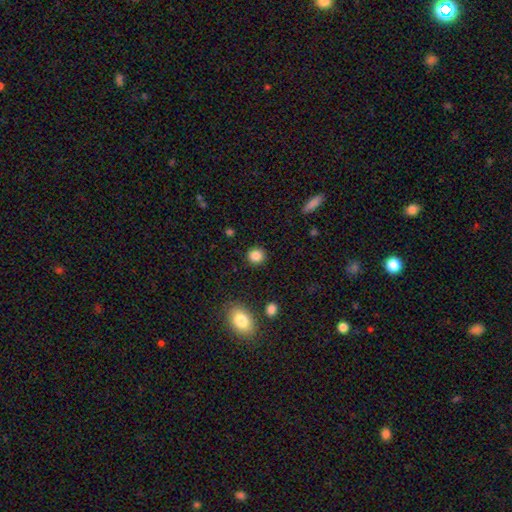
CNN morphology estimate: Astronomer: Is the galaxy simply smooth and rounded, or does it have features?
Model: smooth — 86%.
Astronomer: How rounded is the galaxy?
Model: round — 88%.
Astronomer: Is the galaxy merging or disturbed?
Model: none — 90%.